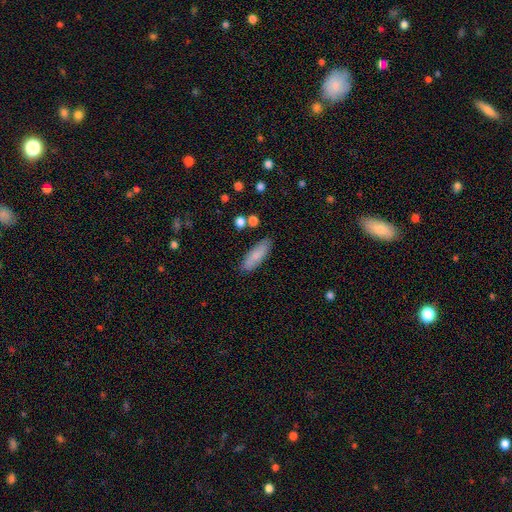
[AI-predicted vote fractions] smooth-or-featured: smooth: 79% | featured or disk: 15% | star or artifact: 7%
  how-rounded: in between: 57% | cigar-shaped: 41% | round: 2%
  merging: none: 83% | minor disturbance: 12% | merger: 3% | major disturbance: 2%